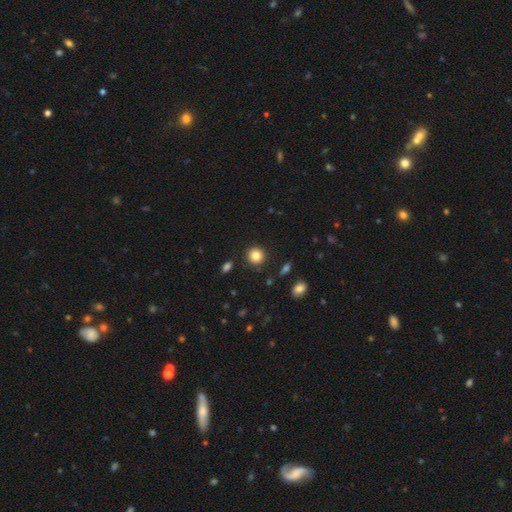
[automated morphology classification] A smooth galaxy with no disk features (84%) that is round (91%). Merging: none (90%).